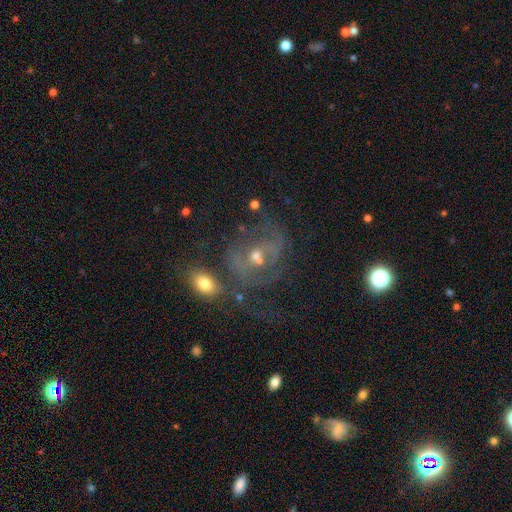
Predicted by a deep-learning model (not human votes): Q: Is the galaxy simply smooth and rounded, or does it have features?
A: featured or disk — 69%.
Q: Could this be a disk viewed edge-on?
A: no — 96%.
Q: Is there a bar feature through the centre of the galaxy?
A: no — 52%.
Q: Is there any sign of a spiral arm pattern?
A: yes — 69%.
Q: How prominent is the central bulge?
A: moderate — 48%.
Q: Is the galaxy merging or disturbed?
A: none — 43%.